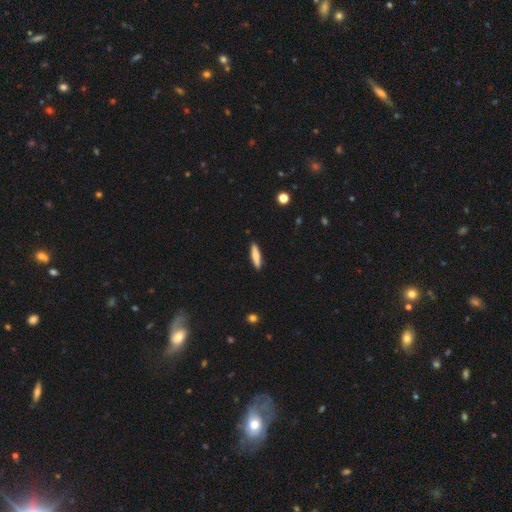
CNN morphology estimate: Smooth or featured?
  - smooth: 73% *
  - featured or disk: 21%
  - star or artifact: 6%
How rounded?
  - cigar-shaped: 81% *
  - in between: 18%
  - round: 2%
Merging?
  - none: 90% *
  - minor disturbance: 7%
  - major disturbance: 1%
  - merger: 1%